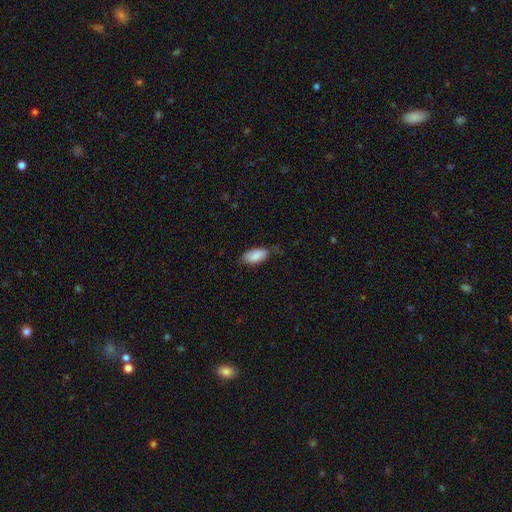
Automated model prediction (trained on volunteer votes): smooth 86%, featured or disk 8%, star or artifact 6%. Down the decision tree: how rounded — in between (92%); merging — none (65%).